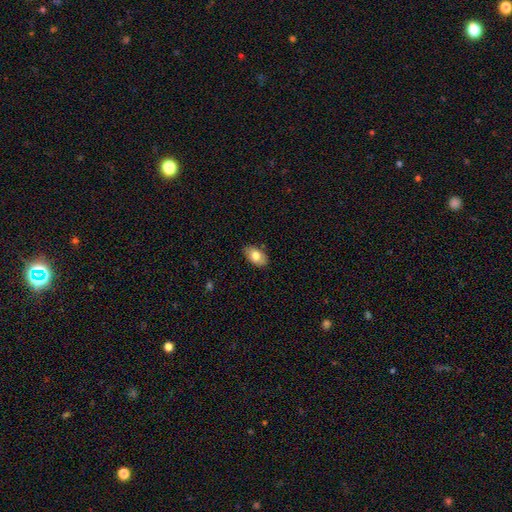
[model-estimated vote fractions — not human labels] Overall: smooth (79%). How rounded: in between (92%). Merging: none (85%).